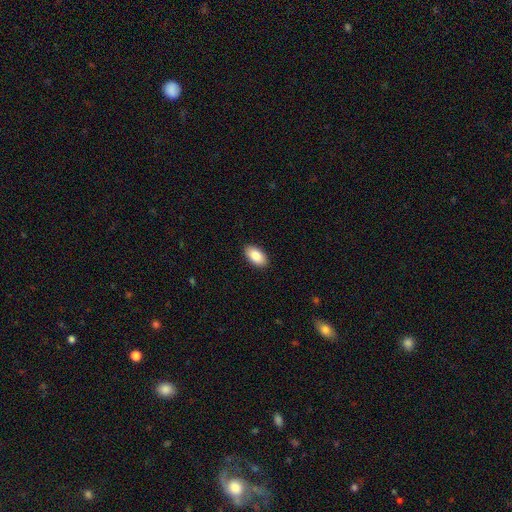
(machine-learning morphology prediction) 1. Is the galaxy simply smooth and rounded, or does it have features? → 87% smooth, 7% star or artifact, 6% featured or disk.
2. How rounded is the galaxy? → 94% in between, 4% round, 2% cigar-shaped.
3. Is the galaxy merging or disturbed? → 90% none, 8% minor disturbance, 2% major disturbance, 1% merger.